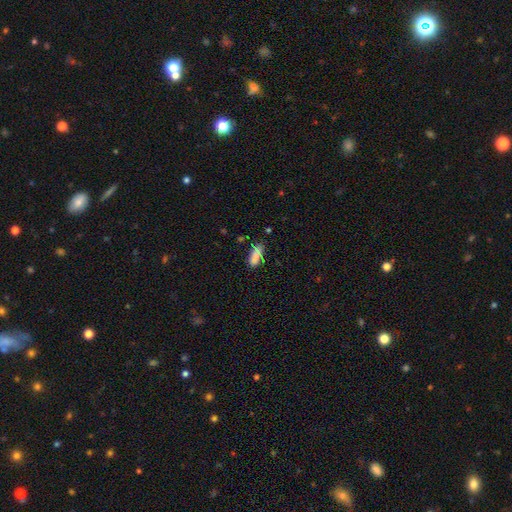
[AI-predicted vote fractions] Morphology: type=smooth (80%); roundness=in between (64%); merging=none (64%).